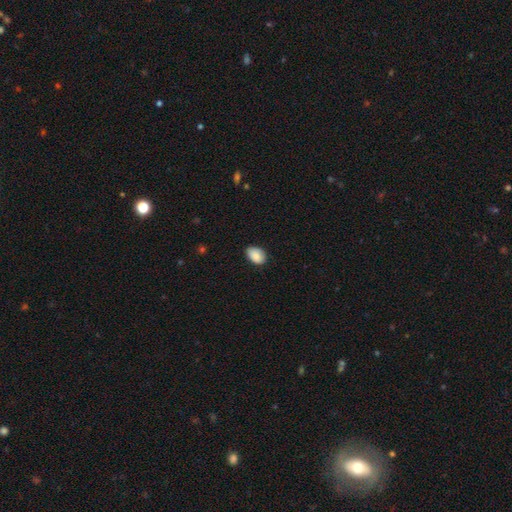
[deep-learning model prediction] A smooth galaxy with no disk features (89%) that is in between round and cigar-shaped (86%).

Vote fractions:
- Smooth or featured? smooth: 89% / star or artifact: 7% / featured or disk: 4%
- How rounded? in between: 86% / round: 13% / cigar-shaped: 1%
- Merging? none: 81% / minor disturbance: 15% / major disturbance: 2% / merger: 1%